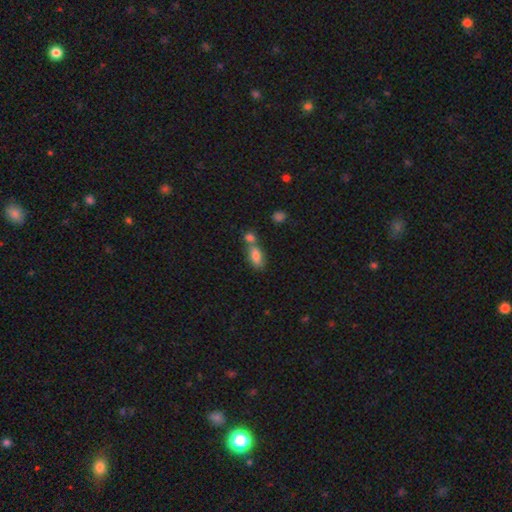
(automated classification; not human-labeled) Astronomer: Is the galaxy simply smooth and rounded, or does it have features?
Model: smooth — 79%.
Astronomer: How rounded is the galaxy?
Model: in between — 83%.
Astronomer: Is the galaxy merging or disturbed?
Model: merger — 46% (runner-up: none, 38%).